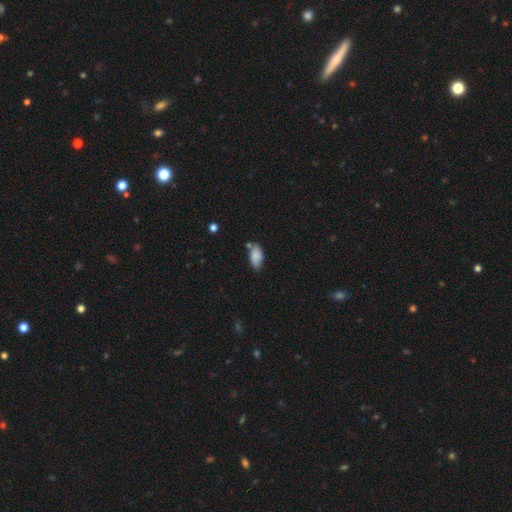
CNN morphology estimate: Smooth or featured: smooth — 82% (featured or disk — 10%)
How rounded: in between — 91% (cigar-shaped — 6%)
Merging: none — 62% (minor disturbance — 25%)